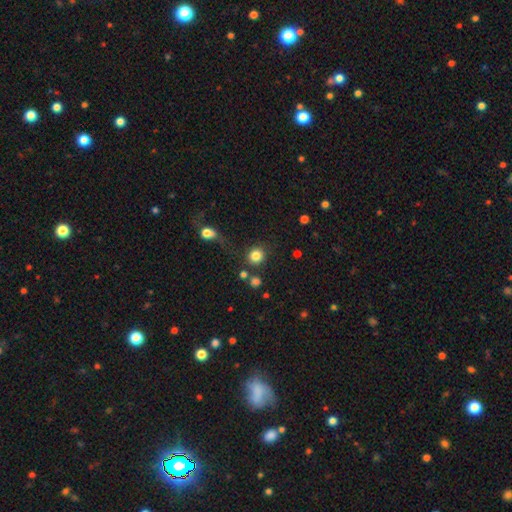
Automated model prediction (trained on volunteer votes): A smooth galaxy with no disk features (83%) that is round (88%). Merging: none (78%).